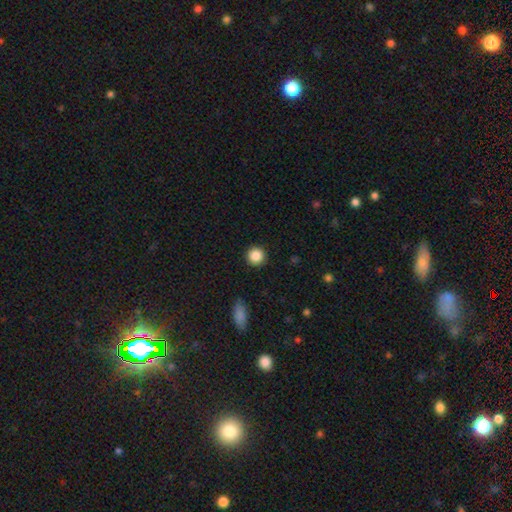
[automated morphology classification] smooth 87%, star or artifact 9%, featured or disk 4%. Down the decision tree: how rounded — round (95%); merging — none (91%).